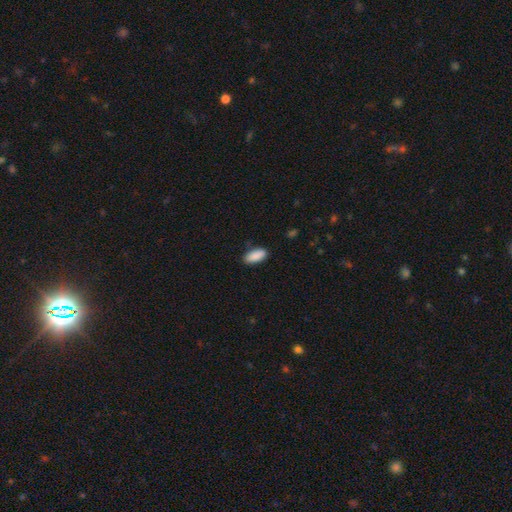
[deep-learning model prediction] Morphology: type=smooth (90%); roundness=in between (87%); merging=none (85%).